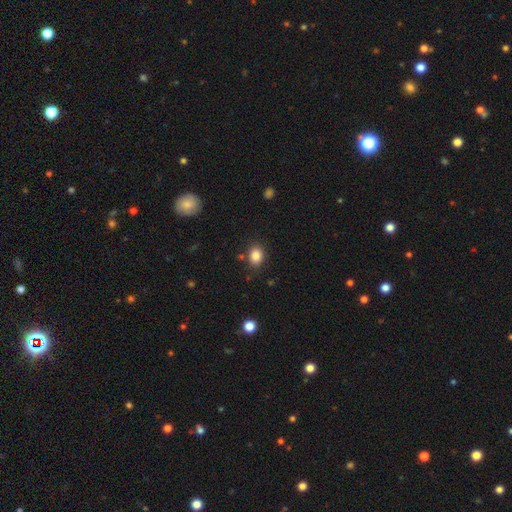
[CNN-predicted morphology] Smooth or featured?
  - smooth: 86% *
  - star or artifact: 10%
  - featured or disk: 5%
How rounded?
  - in between: 60% *
  - round: 39%
  - cigar-shaped: 1%
Merging?
  - none: 81% *
  - minor disturbance: 12%
  - major disturbance: 3%
  - merger: 3%